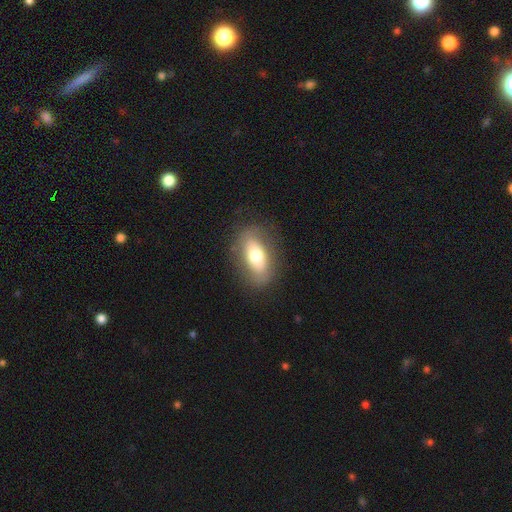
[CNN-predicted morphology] A smooth galaxy with no disk features (65%) that is in between round and cigar-shaped (86%).

Vote fractions:
- Smooth or featured? smooth: 65% / featured or disk: 28% / star or artifact: 7%
- How rounded? in between: 86% / round: 8% / cigar-shaped: 6%
- Merging? none: 81% / minor disturbance: 13% / major disturbance: 5% / merger: 1%